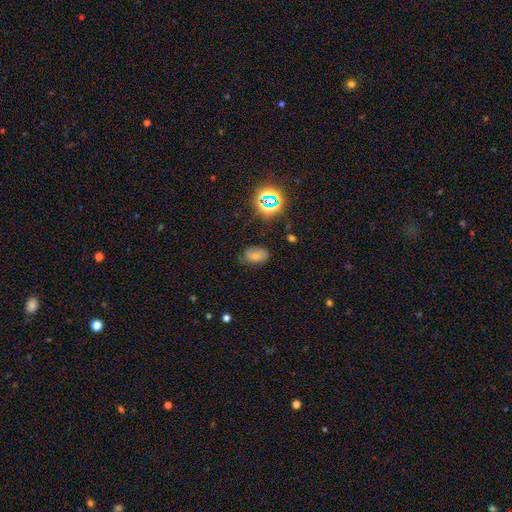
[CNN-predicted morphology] This appears to be a smooth galaxy with no disk features (62%) that is in between round and cigar-shaped (88%). Merging: none (63%).